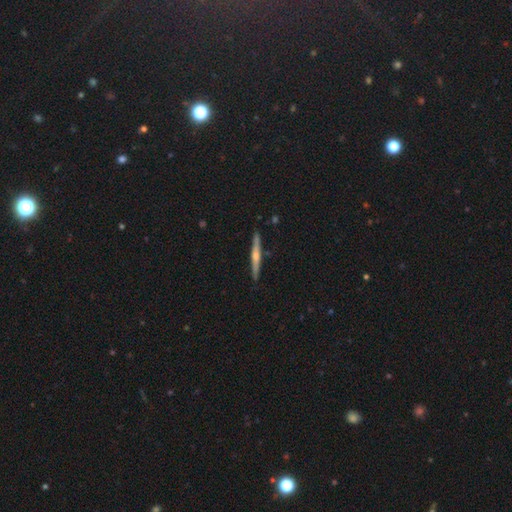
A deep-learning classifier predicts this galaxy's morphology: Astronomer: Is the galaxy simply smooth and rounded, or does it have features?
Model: featured or disk — 73%.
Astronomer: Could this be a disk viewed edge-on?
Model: yes — 98%.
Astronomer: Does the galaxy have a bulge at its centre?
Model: rounded — 79%.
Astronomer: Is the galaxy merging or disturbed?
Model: none — 90%.